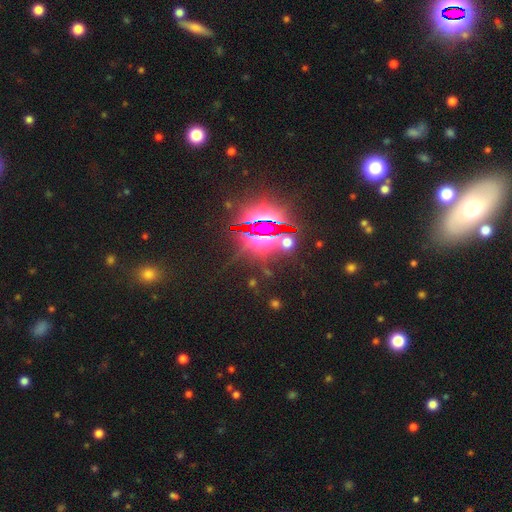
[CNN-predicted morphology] smooth-or-featured: star or artifact: 84% | smooth: 8% | featured or disk: 8%